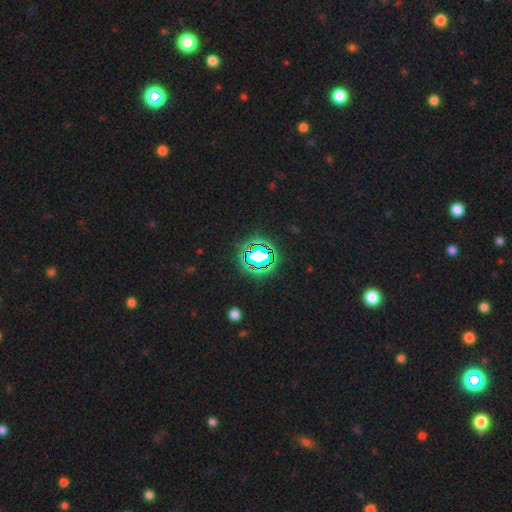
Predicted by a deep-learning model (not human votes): A star or artifact, not a galaxy (74%).